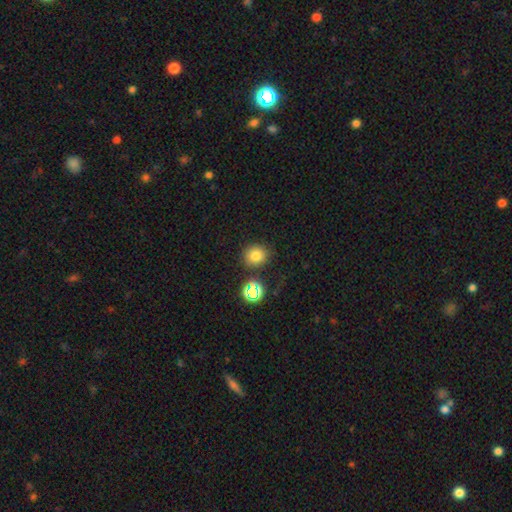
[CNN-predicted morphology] A smooth galaxy with no disk features (76%) that is round (82%).

Vote fractions:
- Smooth or featured? smooth: 76% / star or artifact: 18% / featured or disk: 7%
- How rounded? round: 82% / in between: 17% / cigar-shaped: 1%
- Merging? none: 81% / minor disturbance: 10% / merger: 6% / major disturbance: 3%